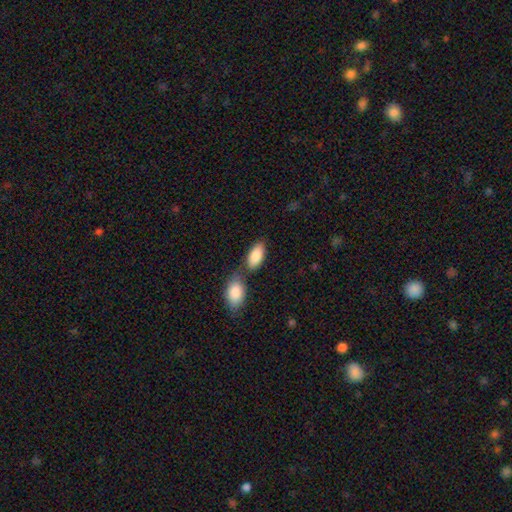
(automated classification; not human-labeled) This appears to be a smooth galaxy with no disk features (87%) that is in between round and cigar-shaped (92%). Merging: none (51%).